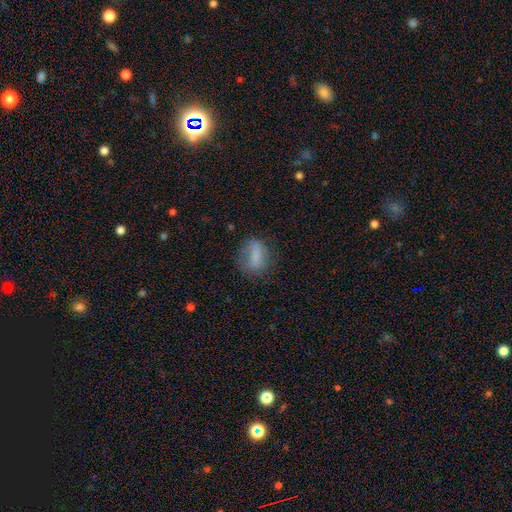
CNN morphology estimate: A smooth galaxy with no disk features (73%) that is in between round and cigar-shaped (64%). Merging: none (62%).